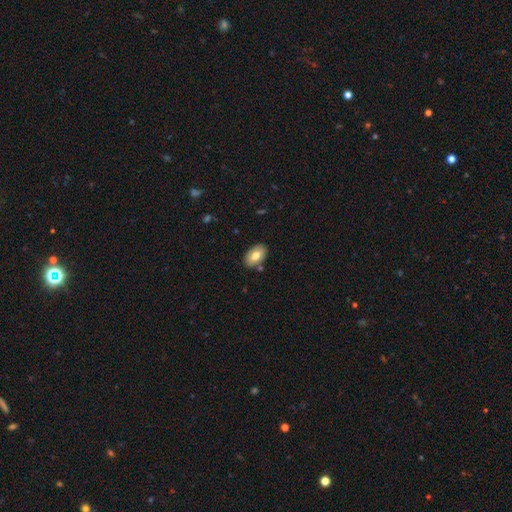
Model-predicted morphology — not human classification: The model was most divided on "smooth or featured": smooth: 73%, featured or disk: 20%, star or artifact: 7%. More confident: how rounded — in between (91%); merging — none (84%).